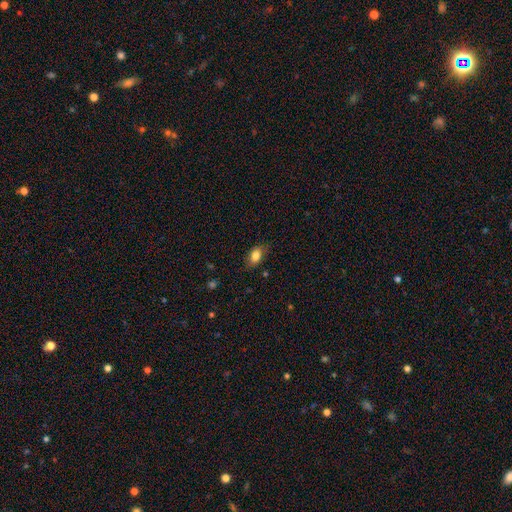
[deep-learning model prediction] Smooth or featured: smooth — 83% (featured or disk — 9%)
How rounded: in between — 84% (round — 13%)
Merging: none — 78% (minor disturbance — 17%)